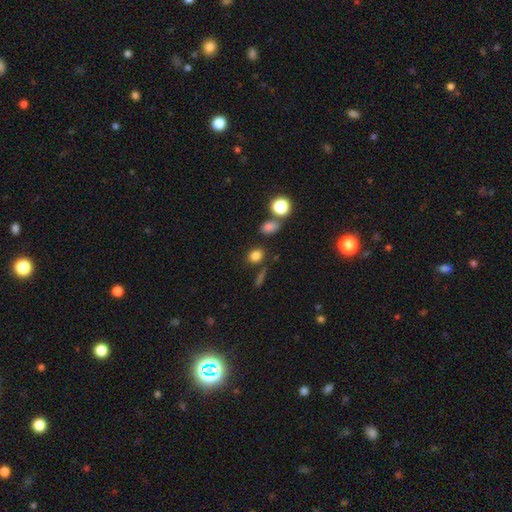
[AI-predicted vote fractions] A smooth galaxy with no disk features (81%) that is round (51%). Merging: none (78%).